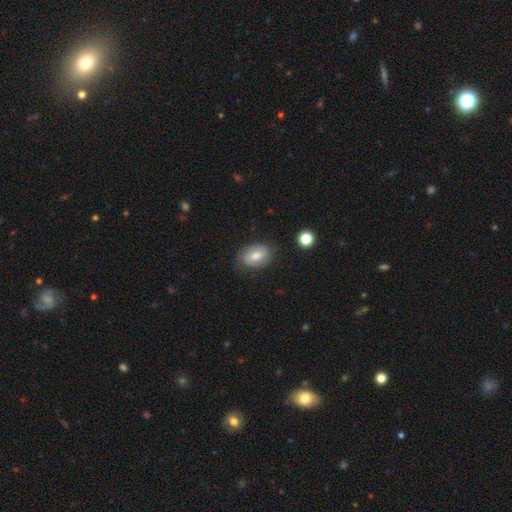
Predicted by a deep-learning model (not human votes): Smooth or featured: smooth — 70% (featured or disk — 22%)
How rounded: in between — 85% (round — 14%)
Merging: none — 80% (minor disturbance — 15%)